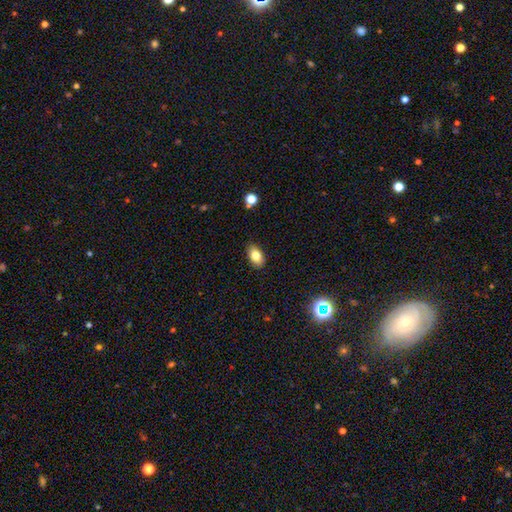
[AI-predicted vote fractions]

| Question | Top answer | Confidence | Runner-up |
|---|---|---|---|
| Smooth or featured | smooth | 81% | featured or disk (10%) |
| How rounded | in between | 89% | round (9%) |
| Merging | none | 87% | minor disturbance (10%) |